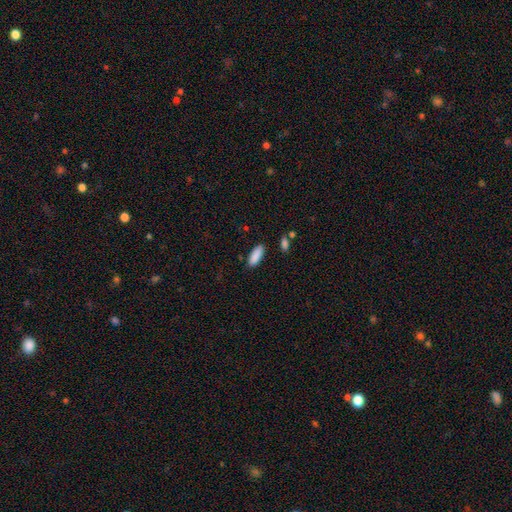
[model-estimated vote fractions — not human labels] smooth-or-featured: smooth: 90% | star or artifact: 6% | featured or disk: 4%
  how-rounded: in between: 70% | cigar-shaped: 28% | round: 2%
  merging: none: 86% | minor disturbance: 9% | merger: 2% | major disturbance: 2%